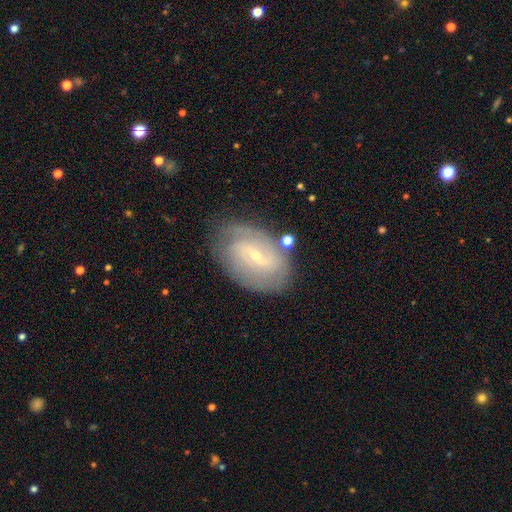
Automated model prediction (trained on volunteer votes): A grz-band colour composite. It shows a featured or disk galaxy (78%) with a weak bar (50%), 2 (52%) tight (46%) spiral arms (88%) and a small central bulge (80%). Merging: none (76%).